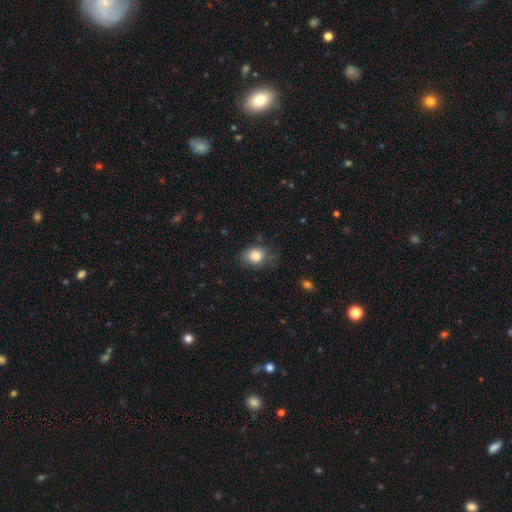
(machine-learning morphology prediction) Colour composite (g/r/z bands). It shows a smooth galaxy with no disk features (82%) that is in between round and cigar-shaped (50%). Merging: none (64%).